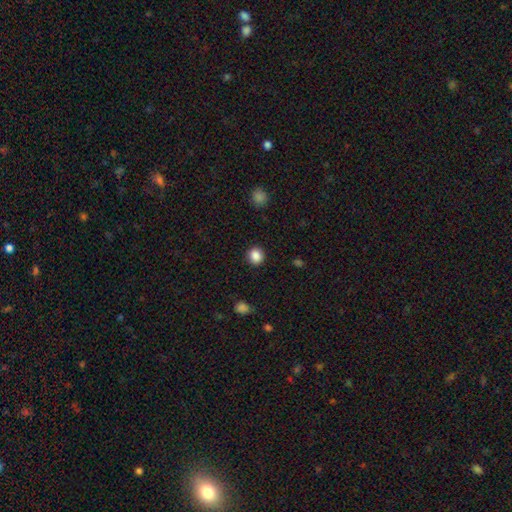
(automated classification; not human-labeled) Smooth or featured? smooth (87%)
How rounded? round (84%)
Merging? none (90%)